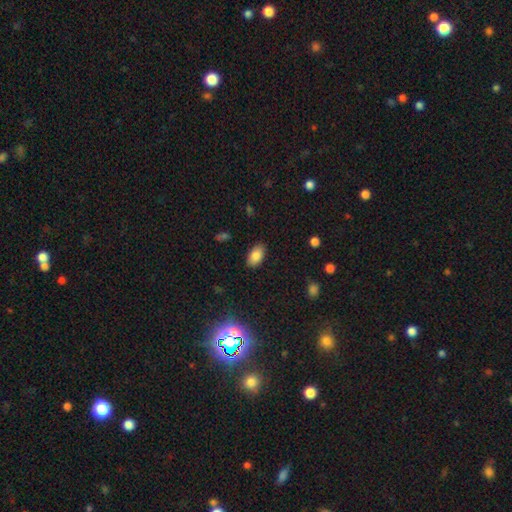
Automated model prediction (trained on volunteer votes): Q: Smooth or featured?
A: smooth (84%); runner-up: star or artifact (9%)
Q: How rounded?
A: in between (93%); runner-up: round (5%)
Q: Merging?
A: none (86%); runner-up: minor disturbance (10%)